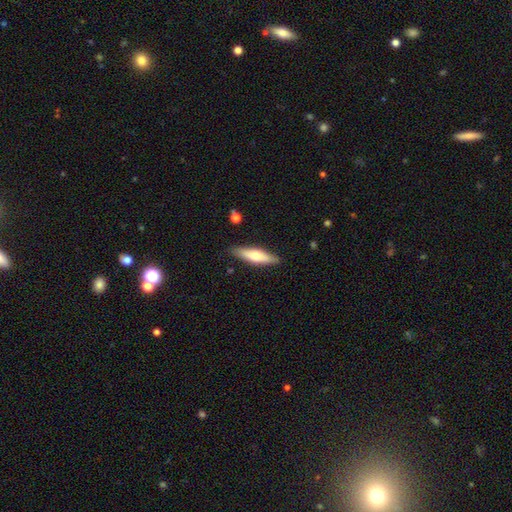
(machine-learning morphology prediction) This appears to be a smooth galaxy with no disk features (57%) that is cigar-shaped (68%). Merging: none (86%).